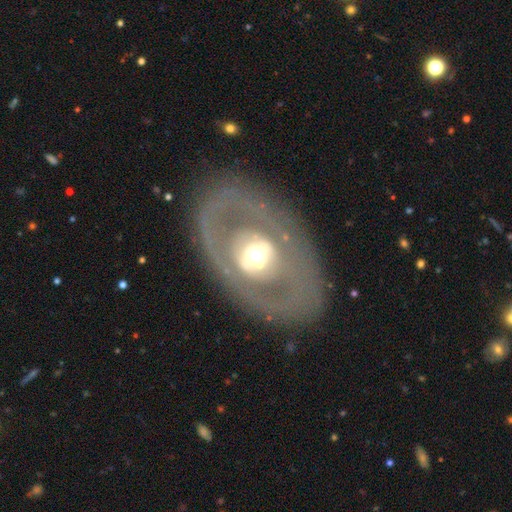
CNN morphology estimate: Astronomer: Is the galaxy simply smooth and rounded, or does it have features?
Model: featured or disk — 71%.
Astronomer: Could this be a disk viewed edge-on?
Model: no — 89%.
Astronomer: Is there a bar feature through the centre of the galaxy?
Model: no — 59%.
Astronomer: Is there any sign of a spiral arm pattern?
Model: no — 79%.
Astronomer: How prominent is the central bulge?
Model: moderate — 63%.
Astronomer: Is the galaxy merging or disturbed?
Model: none — 78%.